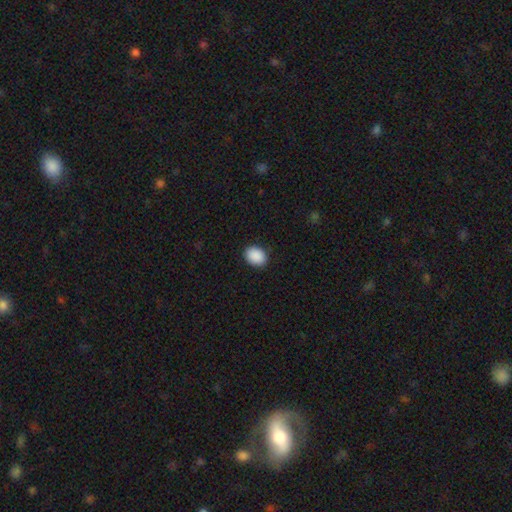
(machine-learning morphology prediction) Smooth or featured? smooth (91%)
How rounded? in between (65%)
Merging? none (89%)